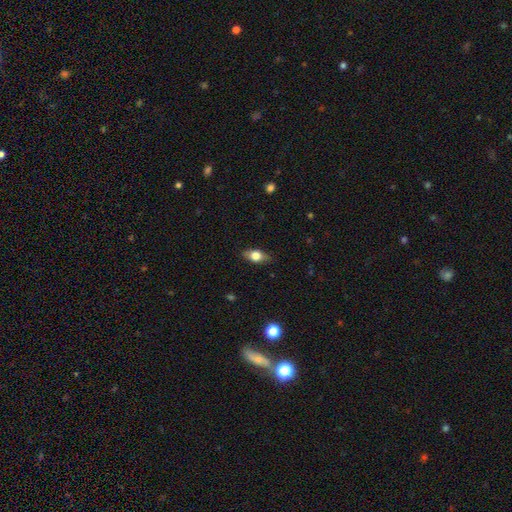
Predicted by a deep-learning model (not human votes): Overall: smooth (68%). How rounded: in between (83%). Merging: none (85%).